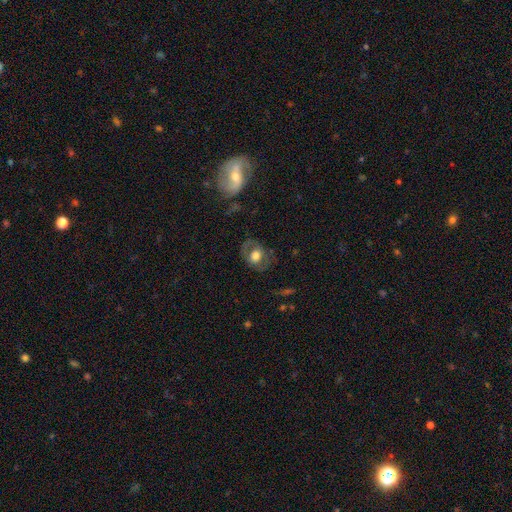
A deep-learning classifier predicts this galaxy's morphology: Smooth or featured? smooth (51%)
How rounded? in between (53%)
Merging? none (68%)